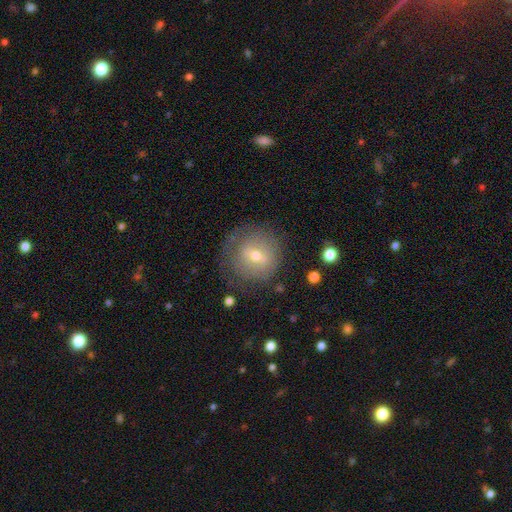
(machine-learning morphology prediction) A smooth galaxy with no disk features (49%). Merging: none (68%).